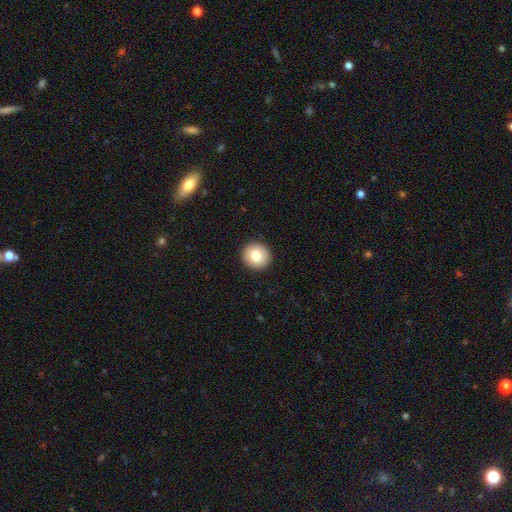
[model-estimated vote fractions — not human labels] Smooth or featured?
  - smooth: 81% *
  - featured or disk: 11%
  - star or artifact: 8%
How rounded?
  - round: 92% *
  - in between: 7%
  - cigar-shaped: 1%
Merging?
  - none: 93% *
  - minor disturbance: 5%
  - major disturbance: 2%
  - merger: 1%